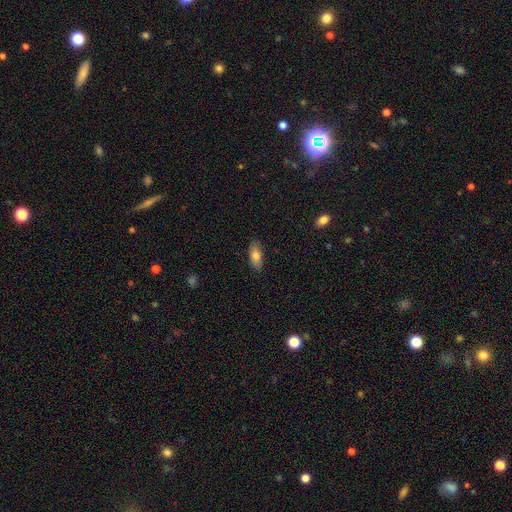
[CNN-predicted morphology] Smooth or featured? smooth (79%)
How rounded? in between (81%)
Merging? none (85%)